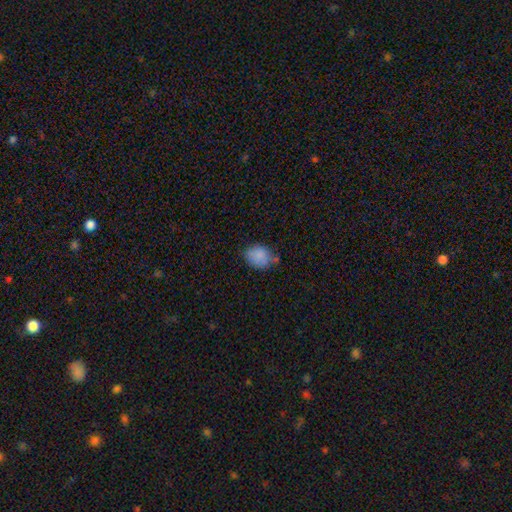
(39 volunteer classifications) Smooth or featured?
  - smooth: 85% *
  - star or artifact: 10%
  - featured or disk: 5%
How rounded?
  - in between: 67% *
  - round: 33%
  - cigar-shaped: 0%
Merging?
  - none: 57% *
  - minor disturbance: 26%
  - major disturbance: 9%
  - merger: 9%